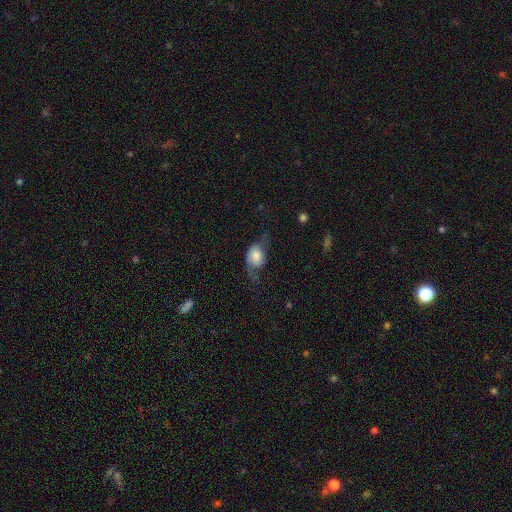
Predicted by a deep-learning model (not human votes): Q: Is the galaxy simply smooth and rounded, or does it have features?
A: smooth — 49%.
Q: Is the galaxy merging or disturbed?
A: none — 40%.